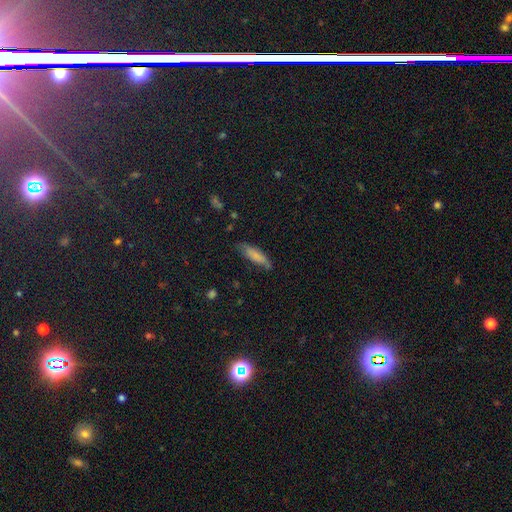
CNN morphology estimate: smooth 75%, featured or disk 17%, star or artifact 7%. Down the decision tree: how rounded — cigar-shaped (59%); merging — none (64%).